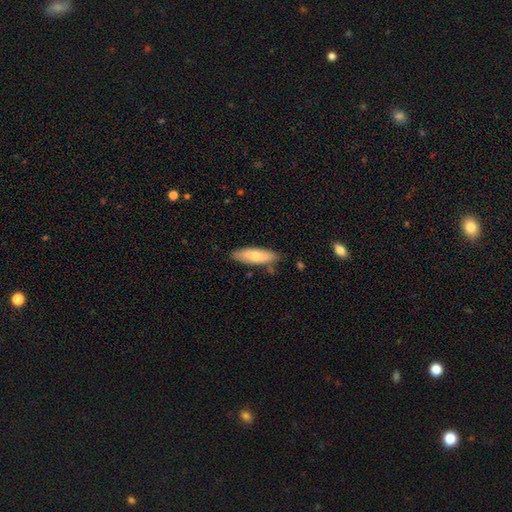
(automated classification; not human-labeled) Morphology: type=smooth (66%); roundness=cigar-shaped (51%); merging=none (81%).